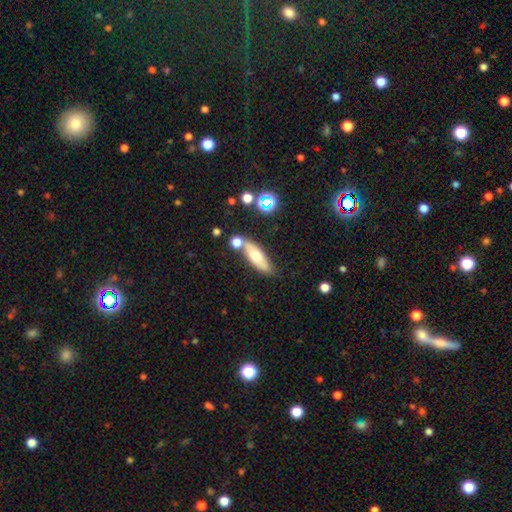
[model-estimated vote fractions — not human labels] This is possibly a smooth galaxy (60%). How rounded: possibly in between (56%). Merging: likely none (66%).